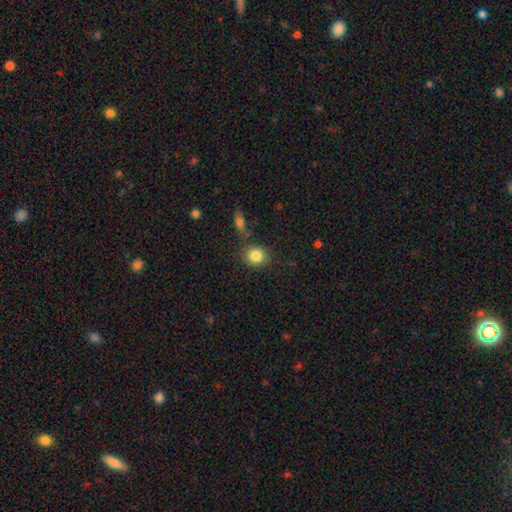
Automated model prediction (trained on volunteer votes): A smooth galaxy with no disk features (84%) that is round (83%).

Vote fractions:
- Smooth or featured? smooth: 84% / star or artifact: 10% / featured or disk: 6%
- How rounded? round: 83% / in between: 16% / cigar-shaped: 1%
- Merging? none: 77% / minor disturbance: 12% / merger: 8% / major disturbance: 4%